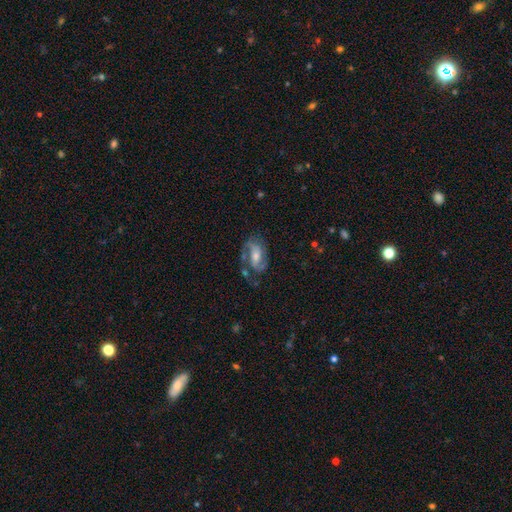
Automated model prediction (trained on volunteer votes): Q: Smooth or featured?
A: featured or disk (79%); runner-up: smooth (14%)
Q: Edge-on disk?
A: no (96%); runner-up: yes (4%)
Q: Bar?
A: weak (44%); runner-up: no (35%)
Q: Spiral arms?
A: yes (93%); runner-up: no (7%)
Q: Spiral winding?
A: medium (51%); runner-up: tight (28%)
Q: Spiral arm count?
A: 2 (81%); runner-up: can't tell (7%)
Q: Bulge size?
A: moderate (49%); runner-up: small (35%)
Q: Merging?
A: none (64%); runner-up: minor disturbance (19%)